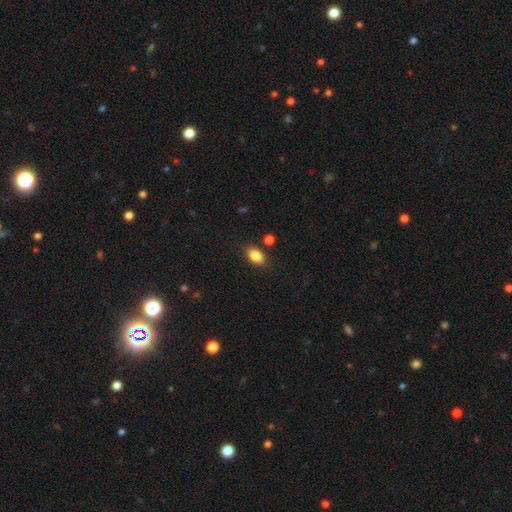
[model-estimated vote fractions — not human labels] A smooth galaxy with no disk features (84%) that is in between round and cigar-shaped (87%). Merging: none (83%).